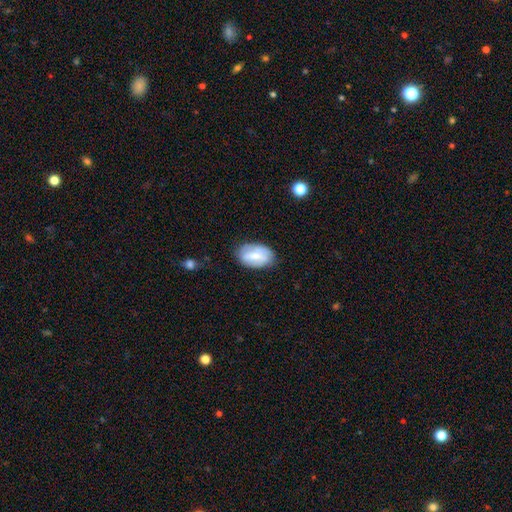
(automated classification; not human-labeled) Overall: smooth (60%; featured or disk 33%). How rounded: in between (91%). Merging: none (74%).